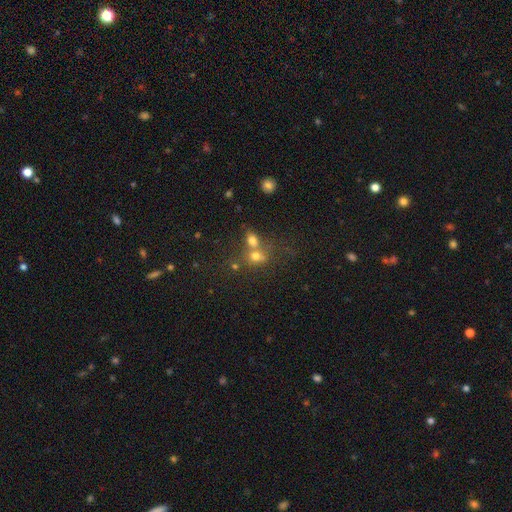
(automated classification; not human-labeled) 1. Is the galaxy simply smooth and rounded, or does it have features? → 66% smooth, 19% star or artifact, 15% featured or disk.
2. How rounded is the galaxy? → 63% round, 36% in between, 2% cigar-shaped.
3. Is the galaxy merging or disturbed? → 55% merger, 32% none, 8% minor disturbance, 5% major disturbance.